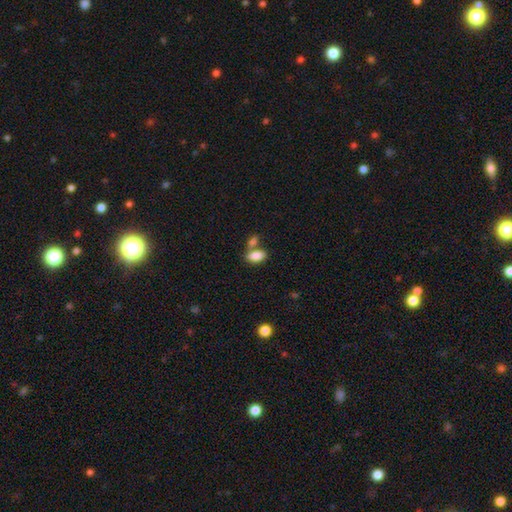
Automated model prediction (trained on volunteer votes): smooth-or-featured: smooth: 86% | star or artifact: 8% | featured or disk: 7%
  how-rounded: in between: 92% | round: 5% | cigar-shaped: 3%
  merging: none: 51% | merger: 34% | minor disturbance: 11% | major disturbance: 4%